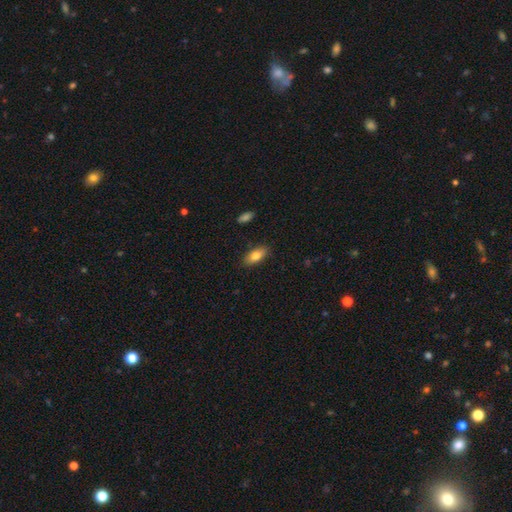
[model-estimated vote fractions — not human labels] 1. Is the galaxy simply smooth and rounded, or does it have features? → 79% smooth, 14% featured or disk, 7% star or artifact.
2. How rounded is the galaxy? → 85% in between, 12% cigar-shaped, 3% round.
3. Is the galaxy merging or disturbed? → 87% none, 10% minor disturbance, 2% major disturbance, 1% merger.